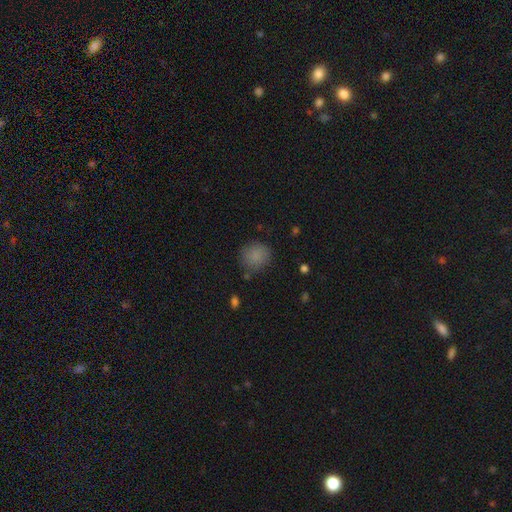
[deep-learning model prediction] Smooth or featured? smooth (84%)
How rounded? round (85%)
Merging? none (77%)